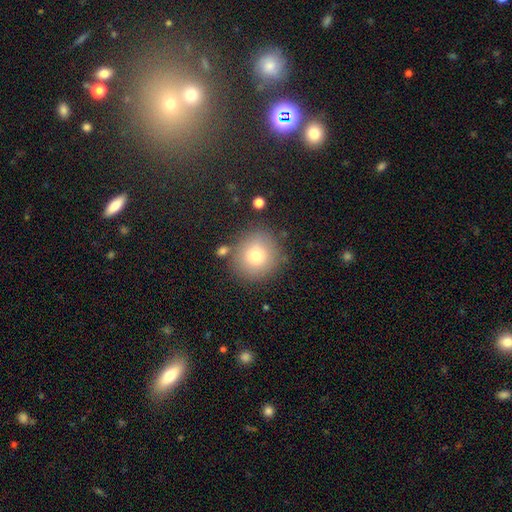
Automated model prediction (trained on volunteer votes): Smooth or featured?
  - smooth: 75% *
  - featured or disk: 13%
  - star or artifact: 12%
How rounded?
  - round: 91% *
  - in between: 9%
  - cigar-shaped: 1%
Merging?
  - none: 80% *
  - minor disturbance: 11%
  - merger: 5%
  - major disturbance: 4%